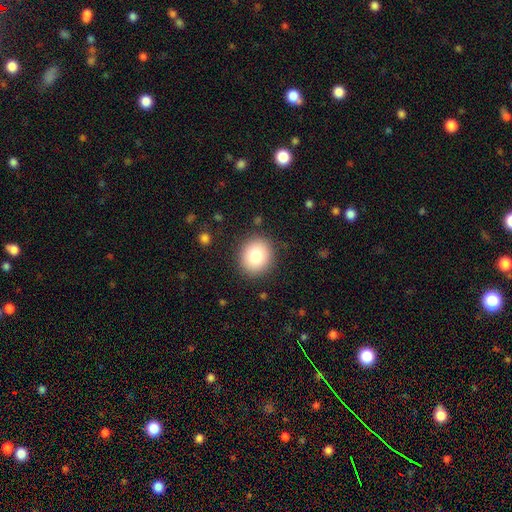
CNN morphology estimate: The model was most divided on "how rounded": round: 80%, in between: 19%, cigar-shaped: 1%. More confident: merging — none (88%); smooth or featured — smooth (80%).